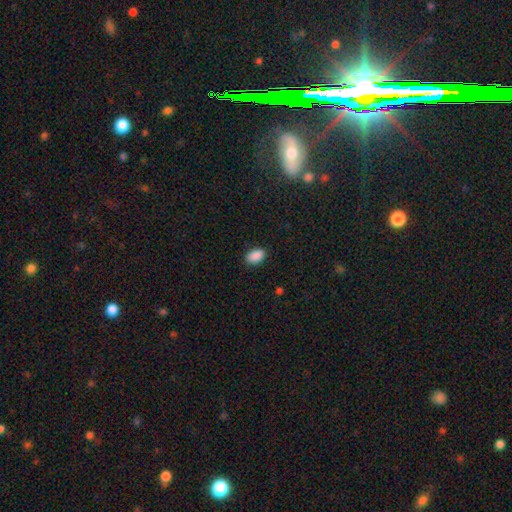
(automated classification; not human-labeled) smooth-or-featured: smooth: 90% | star or artifact: 8% | featured or disk: 2%
  how-rounded: in between: 91% | round: 8% | cigar-shaped: 1%
  merging: none: 88% | minor disturbance: 9% | major disturbance: 2% | merger: 1%